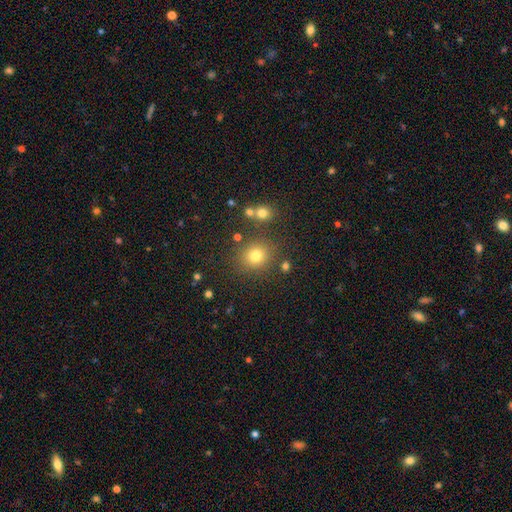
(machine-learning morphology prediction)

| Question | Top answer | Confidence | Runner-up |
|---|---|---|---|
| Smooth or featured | smooth | 75% | star or artifact (18%) |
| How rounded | round | 80% | in between (19%) |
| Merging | none | 82% | minor disturbance (9%) |